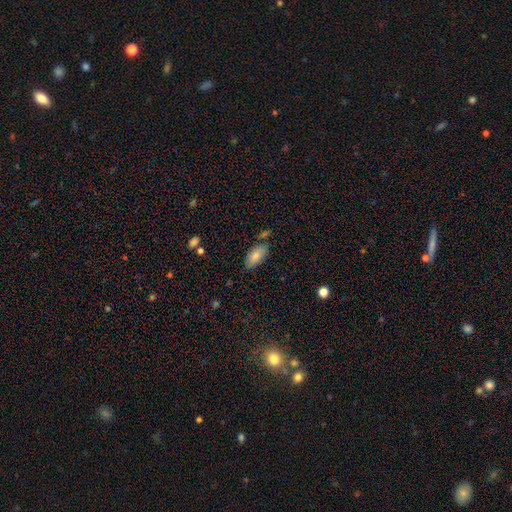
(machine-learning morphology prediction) A smooth galaxy with no disk features (82%) that is in between round and cigar-shaped (91%).

Vote fractions:
- Smooth or featured? smooth: 82% / featured or disk: 11% / star or artifact: 7%
- How rounded? in between: 91% / cigar-shaped: 6% / round: 2%
- Merging? none: 74% / minor disturbance: 17% / merger: 5% / major disturbance: 3%